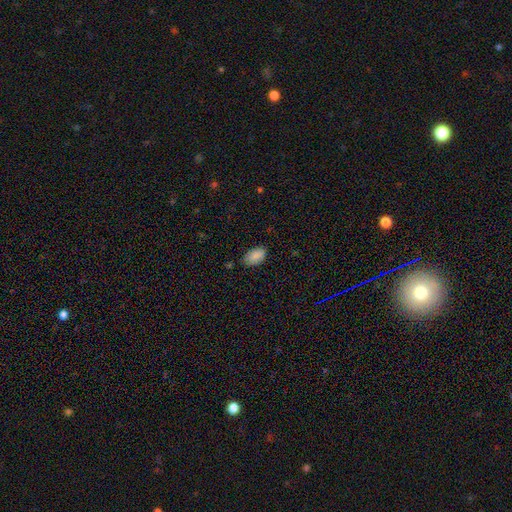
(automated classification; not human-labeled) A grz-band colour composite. It shows a smooth galaxy with no disk features (88%) that is in between round and cigar-shaped (93%). Merging: none (79%).